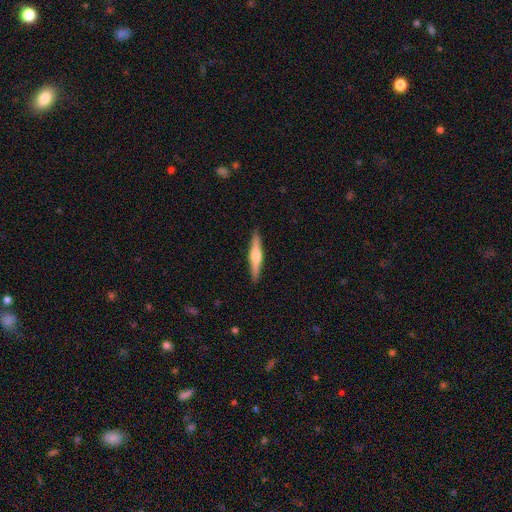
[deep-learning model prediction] Morphology: type=featured or disk (60%); edge-on=yes (98%); edge-on bulge=rounded (87%); merging=none (91%).